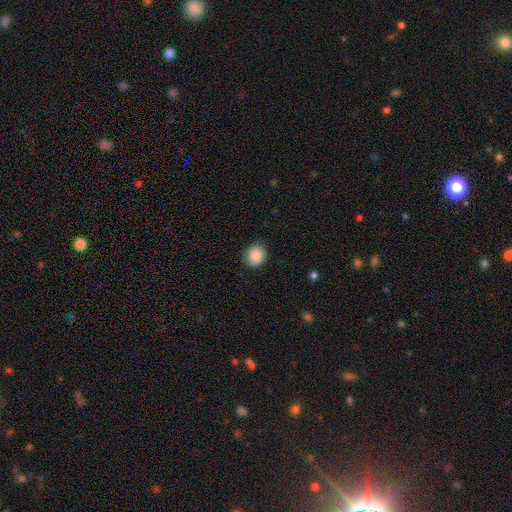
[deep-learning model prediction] smooth-or-featured: smooth: 88% | star or artifact: 8% | featured or disk: 4%
  how-rounded: round: 78% | in between: 21% | cigar-shaped: 1%
  merging: none: 89% | minor disturbance: 8% | major disturbance: 2% | merger: 1%